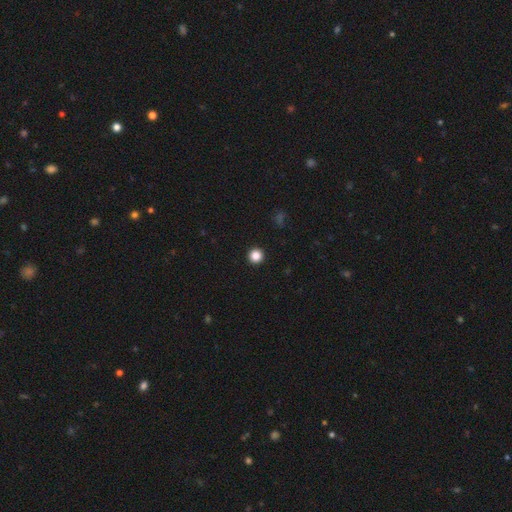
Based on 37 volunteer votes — Smooth or featured?
  - smooth: 86% *
  - featured or disk: 8%
  - star or artifact: 5%
How rounded?
  - round: 97% *
  - cigar-shaped: 3%
  - in between: 0%
Merging?
  - none: 94% *
  - major disturbance: 3%
  - merger: 3%
  - minor disturbance: 0%